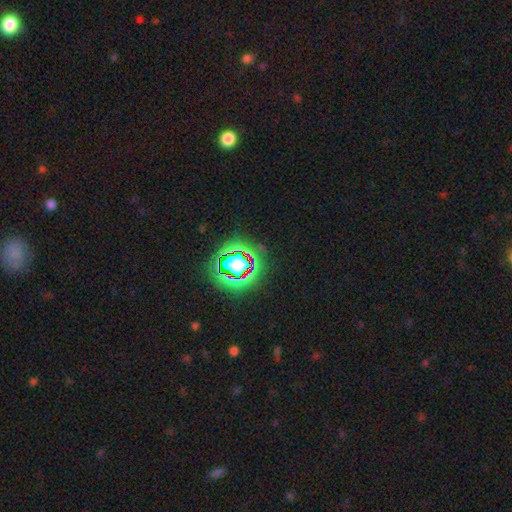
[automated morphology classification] smooth-or-featured: star or artifact: 79% | smooth: 13% | featured or disk: 8%